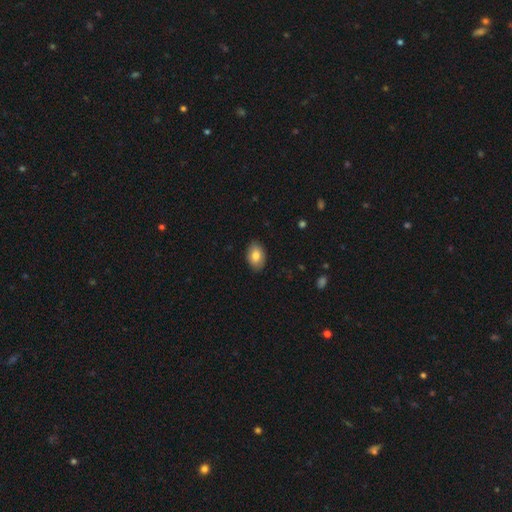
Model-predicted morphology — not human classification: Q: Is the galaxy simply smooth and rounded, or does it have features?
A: smooth — 81%.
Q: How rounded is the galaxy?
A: in between — 87%.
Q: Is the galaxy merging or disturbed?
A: none — 87%.